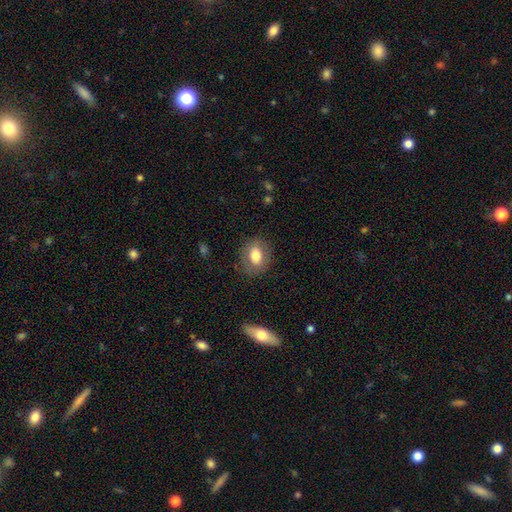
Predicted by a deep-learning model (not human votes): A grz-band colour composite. It shows a smooth galaxy with no disk features (75%) that is in between round and cigar-shaped (59%). Merging: none (82%).